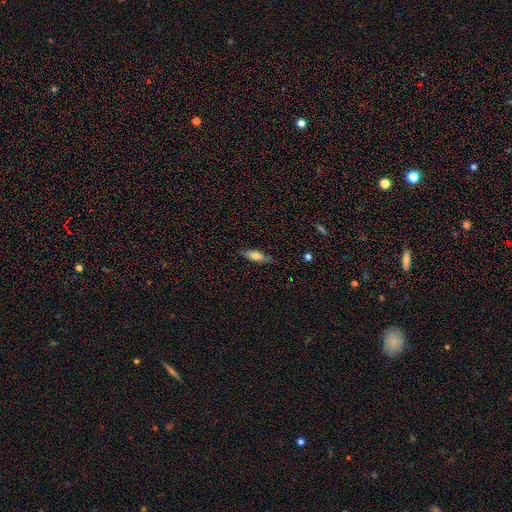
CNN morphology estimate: smooth 66%, featured or disk 26%, star or artifact 7%. Down the decision tree: how rounded — in between (53%); merging — none (81%).